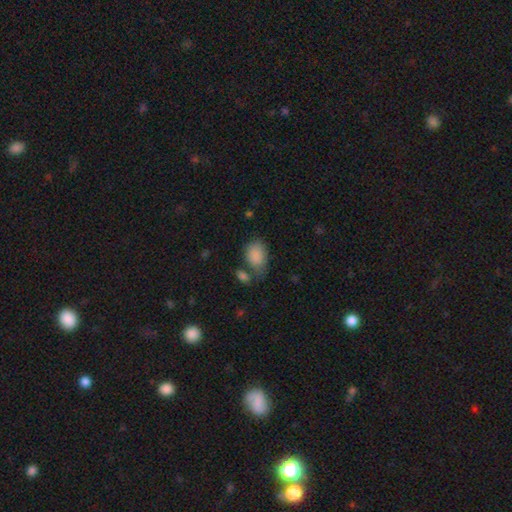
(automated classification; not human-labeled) A smooth galaxy with no disk features (86%) that is in between round and cigar-shaped (83%).

Vote fractions:
- Smooth or featured? smooth: 86% / star or artifact: 8% / featured or disk: 6%
- How rounded? in between: 83% / round: 16% / cigar-shaped: 1%
- Merging? none: 50% / minor disturbance: 25% / merger: 15% / major disturbance: 10%